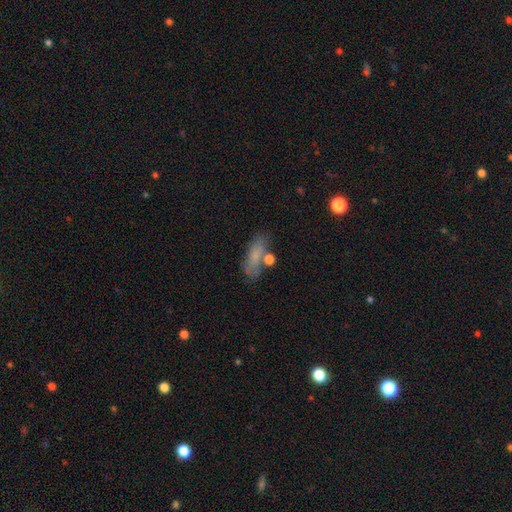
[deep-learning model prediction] Q: Smooth or featured?
A: smooth (69%); runner-up: featured or disk (20%)
Q: How rounded?
A: in between (64%); runner-up: cigar-shaped (31%)
Q: Merging?
A: none (59%); runner-up: minor disturbance (20%)